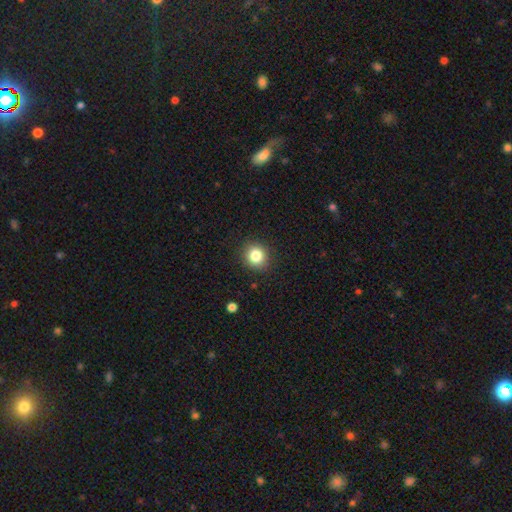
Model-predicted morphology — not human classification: The model was most divided on "smooth or featured": smooth: 82%, star or artifact: 11%, featured or disk: 6%. More confident: merging — none (90%); how rounded — round (88%).